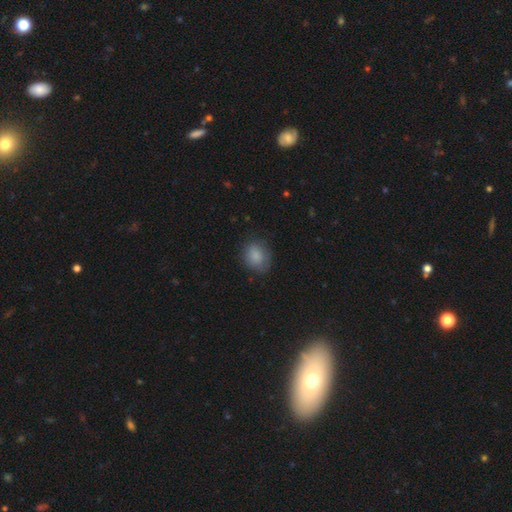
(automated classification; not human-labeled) Overall: smooth (85%). How rounded: round (60%; in between 39%). Merging: none (76%).